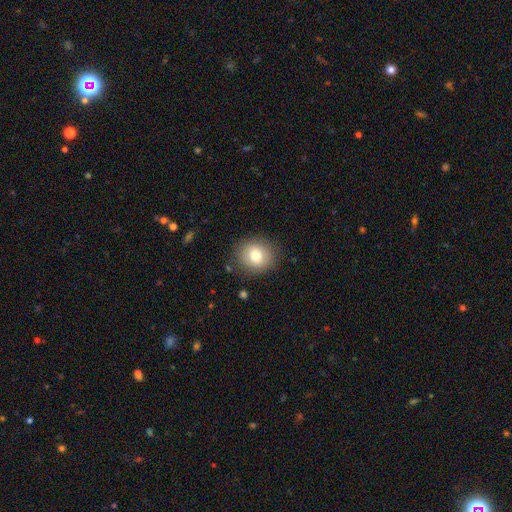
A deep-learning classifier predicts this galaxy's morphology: Q: Smooth or featured?
A: smooth (78%); runner-up: featured or disk (13%)
Q: How rounded?
A: round (82%); runner-up: in between (18%)
Q: Merging?
A: none (86%); runner-up: minor disturbance (9%)